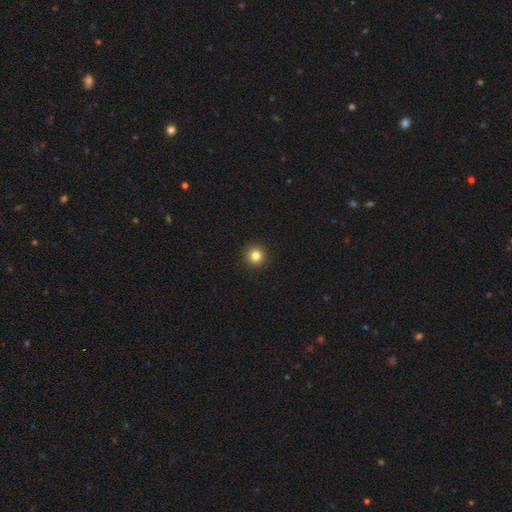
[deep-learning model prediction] smooth 83%, star or artifact 12%, featured or disk 5%. Down the decision tree: how rounded — round (95%); merging — none (93%).